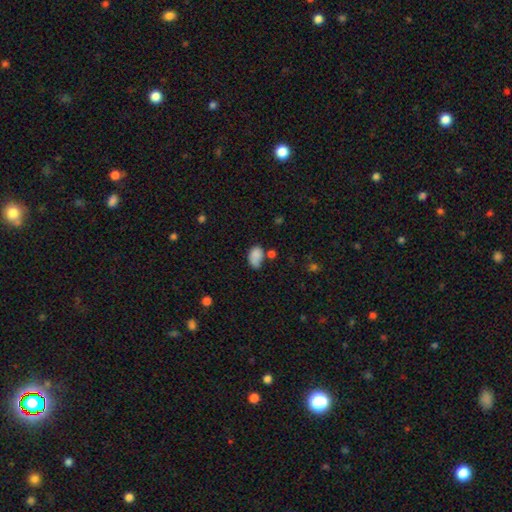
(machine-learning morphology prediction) Smooth or featured: smooth — 83% (star or artifact — 10%)
How rounded: in between — 88% (round — 10%)
Merging: none — 43% (minor disturbance — 29%)